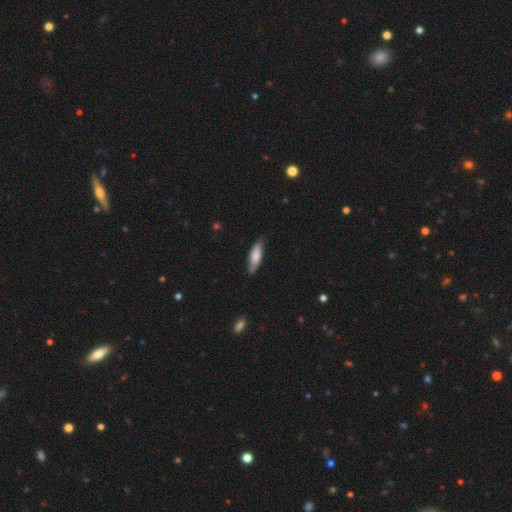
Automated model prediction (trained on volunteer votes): This appears to be a smooth galaxy with no disk features (73%) that is cigar-shaped (52%). Merging: none (79%).